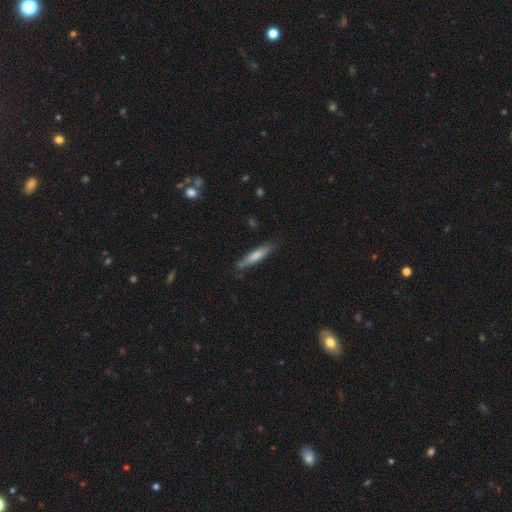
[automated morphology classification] Q: Smooth or featured?
A: smooth (70%); runner-up: featured or disk (25%)
Q: How rounded?
A: cigar-shaped (85%); runner-up: in between (14%)
Q: Merging?
A: none (76%); runner-up: minor disturbance (17%)